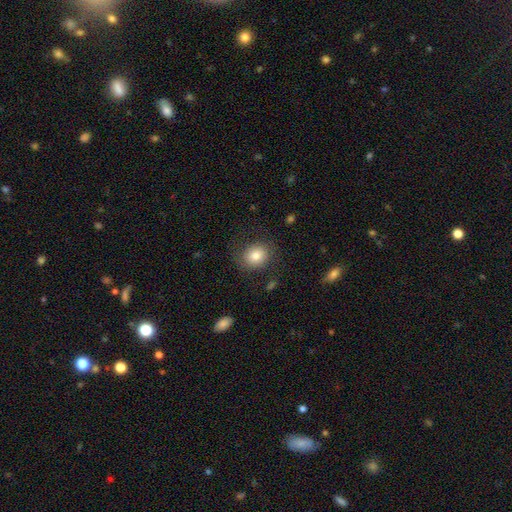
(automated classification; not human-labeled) smooth-or-featured: smooth: 79% | featured or disk: 12% | star or artifact: 9%
  how-rounded: round: 70% | in between: 29% | cigar-shaped: 1%
  merging: none: 78% | minor disturbance: 14% | major disturbance: 7% | merger: 1%